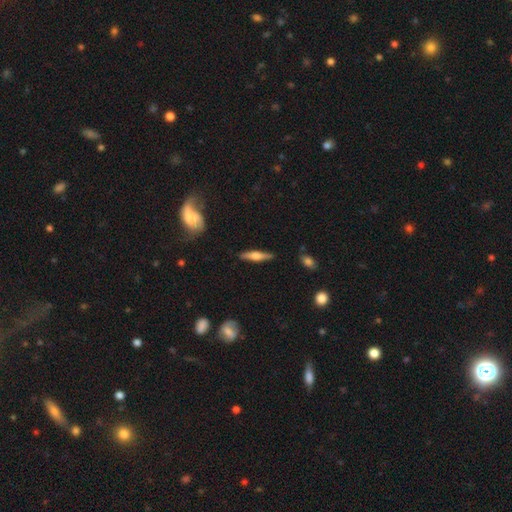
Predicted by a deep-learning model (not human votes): This is possibly a featured or disk galaxy (56%). It is clearly viewed edge-on (96%). Edge-on bulge: clearly rounded (82%). Merging: clearly none (88%).